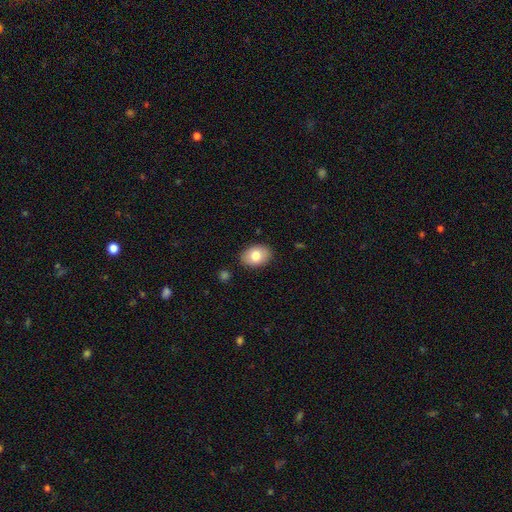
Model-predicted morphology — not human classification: This is likely a smooth galaxy (78%). How rounded: likely in between (80%). Merging: clearly none (87%).